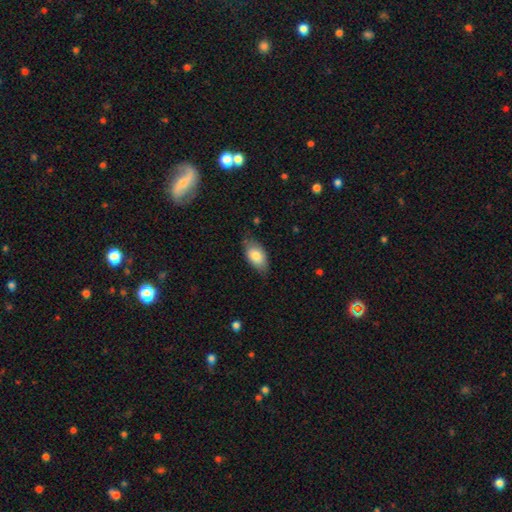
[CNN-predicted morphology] Smooth or featured?
  - smooth: 80% *
  - featured or disk: 13%
  - star or artifact: 6%
How rounded?
  - in between: 92% *
  - round: 5%
  - cigar-shaped: 3%
Merging?
  - none: 69% *
  - minor disturbance: 25%
  - major disturbance: 5%
  - merger: 2%